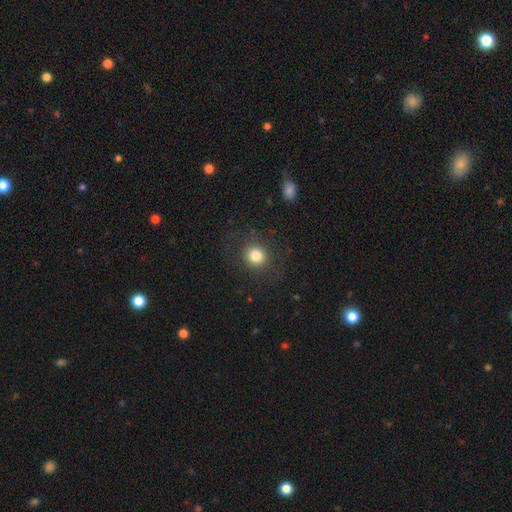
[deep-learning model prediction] Morphology: type=smooth (81%); roundness=round (87%); merging=none (85%).